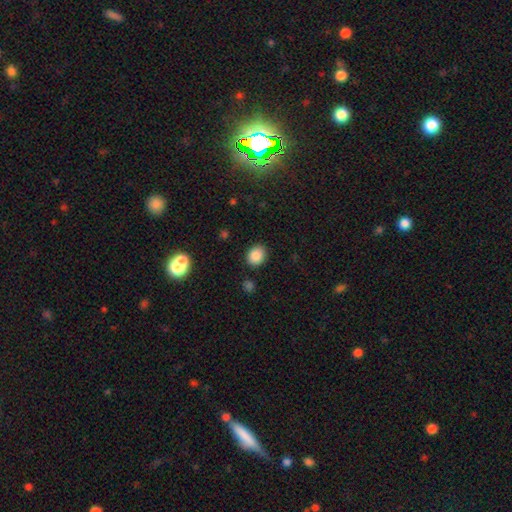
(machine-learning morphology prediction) Smooth or featured: smooth — 86% (star or artifact — 10%)
How rounded: round — 57% (in between — 42%)
Merging: none — 86% (minor disturbance — 9%)